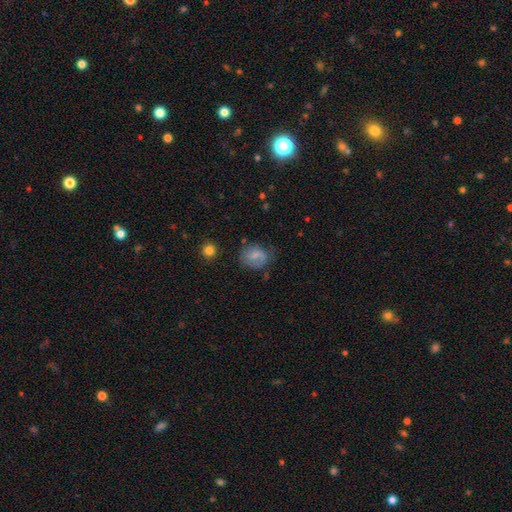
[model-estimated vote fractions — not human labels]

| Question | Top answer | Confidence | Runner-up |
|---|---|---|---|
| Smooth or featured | smooth | 55% | featured or disk (36%) |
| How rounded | round | 59% | in between (39%) |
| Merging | none | 59% | minor disturbance (25%) |